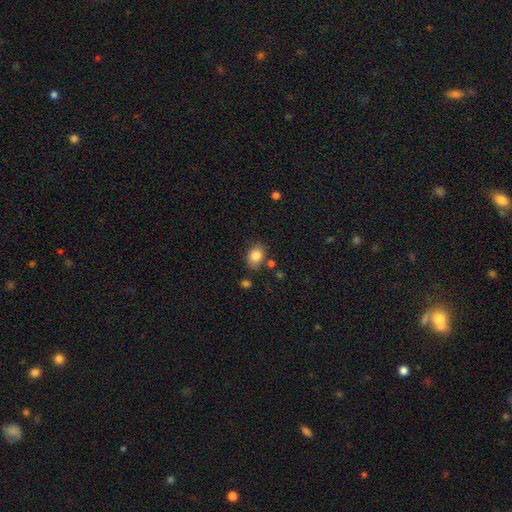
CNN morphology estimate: A smooth galaxy with no disk features (84%) that is in between round and cigar-shaped (64%). Merging: none (77%).